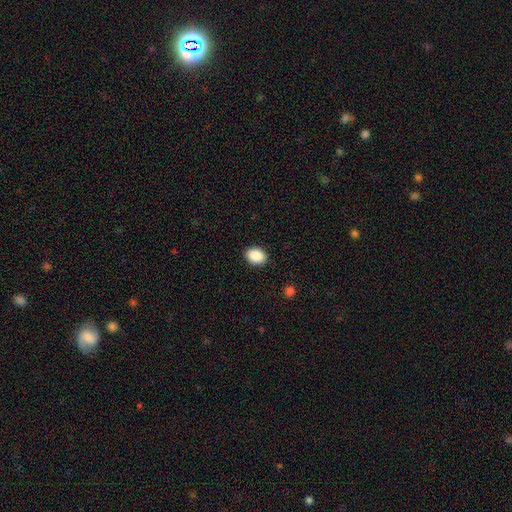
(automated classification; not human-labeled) This appears to be a smooth galaxy with no disk features (89%) that is in between round and cigar-shaped (67%). Merging: none (90%).